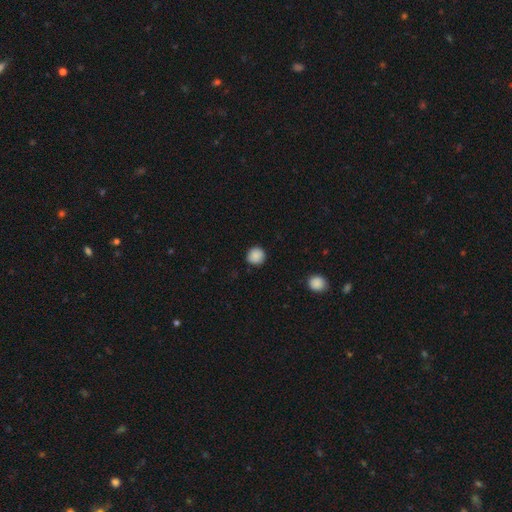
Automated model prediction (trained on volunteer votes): Smooth or featured? Predicted: smooth (p=0.88). How rounded? Predicted: round (p=0.94). Merging? Predicted: none (p=0.90).